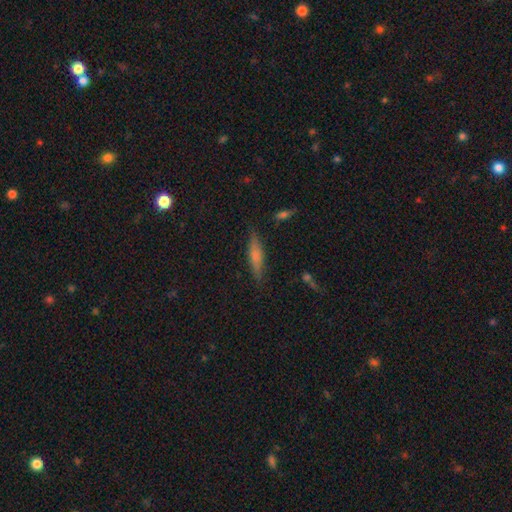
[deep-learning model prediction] Q: Smooth or featured?
A: smooth (60%); runner-up: featured or disk (30%)
Q: How rounded?
A: cigar-shaped (75%); runner-up: in between (23%)
Q: Merging?
A: none (82%); runner-up: minor disturbance (13%)